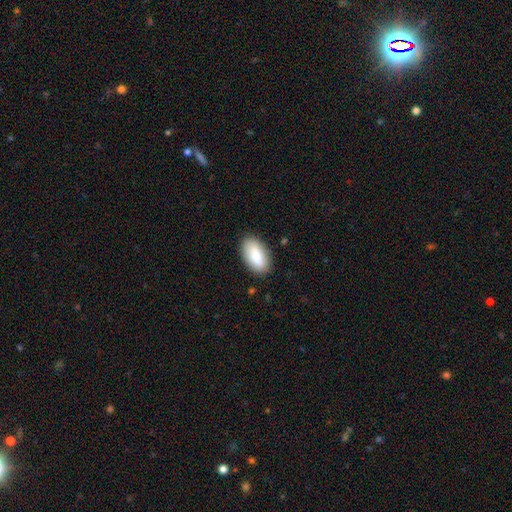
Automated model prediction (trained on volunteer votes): A smooth galaxy with no disk features (88%) that is in between round and cigar-shaped (95%).

Vote fractions:
- Smooth or featured? smooth: 88% / featured or disk: 7% / star or artifact: 6%
- How rounded? in between: 95% / round: 3% / cigar-shaped: 3%
- Merging? none: 86% / minor disturbance: 10% / major disturbance: 2% / merger: 1%